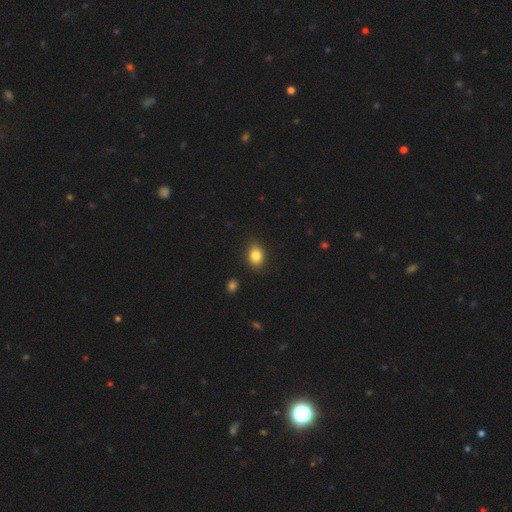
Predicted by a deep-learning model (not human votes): Overall: smooth (84%). How rounded: in between (58%; round 41%). Merging: none (85%).